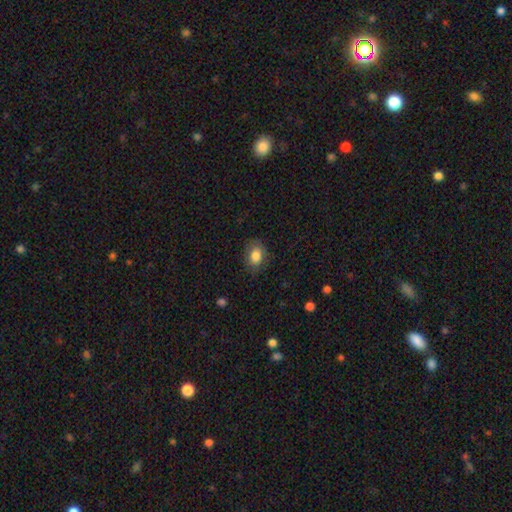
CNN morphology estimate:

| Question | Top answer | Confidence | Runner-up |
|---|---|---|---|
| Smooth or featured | smooth | 82% | featured or disk (10%) |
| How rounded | in between | 70% | round (29%) |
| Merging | none | 79% | minor disturbance (16%) |